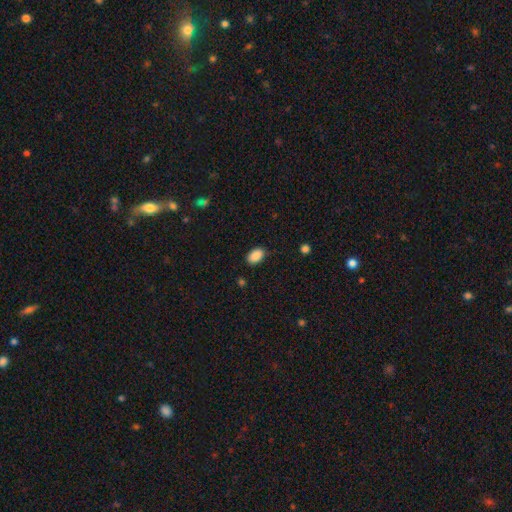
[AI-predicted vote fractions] Smooth or featured? smooth (89%)
How rounded? in between (89%)
Merging? none (84%)